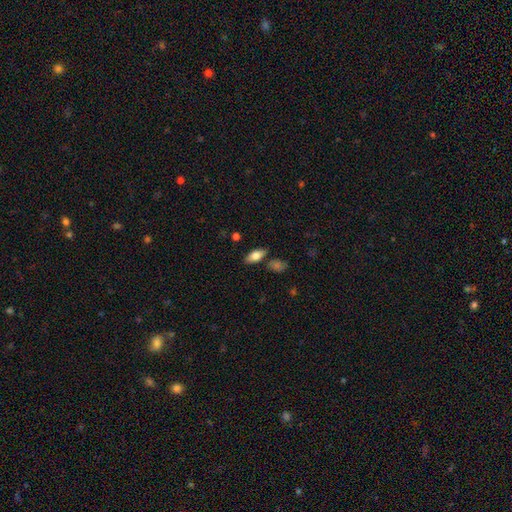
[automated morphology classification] Smooth or featured? smooth (73%)
How rounded? in between (84%)
Merging? none (81%)